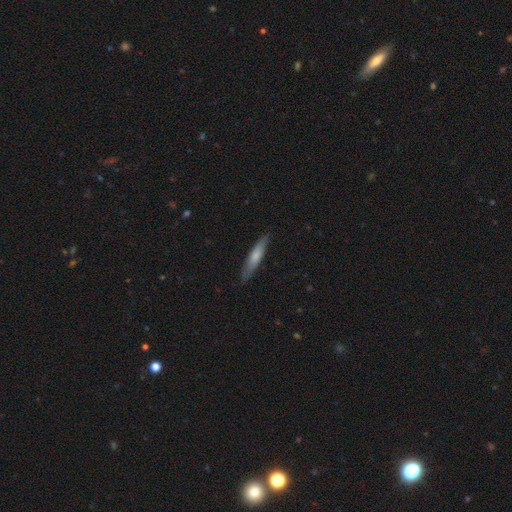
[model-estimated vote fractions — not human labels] The model was most divided on "smooth or featured": smooth: 64%, featured or disk: 30%, star or artifact: 5%. More confident: how rounded — cigar-shaped (89%); merging — none (86%).